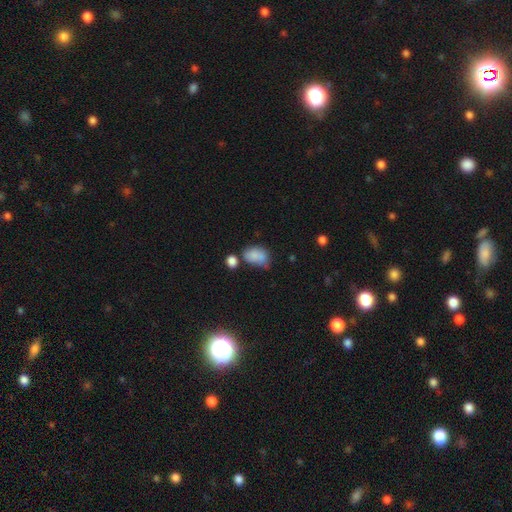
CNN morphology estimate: smooth-or-featured: smooth: 76% | featured or disk: 14% | star or artifact: 10%
  how-rounded: in between: 75% | round: 23% | cigar-shaped: 1%
  merging: none: 32% | minor disturbance: 28% | merger: 27% | major disturbance: 13%